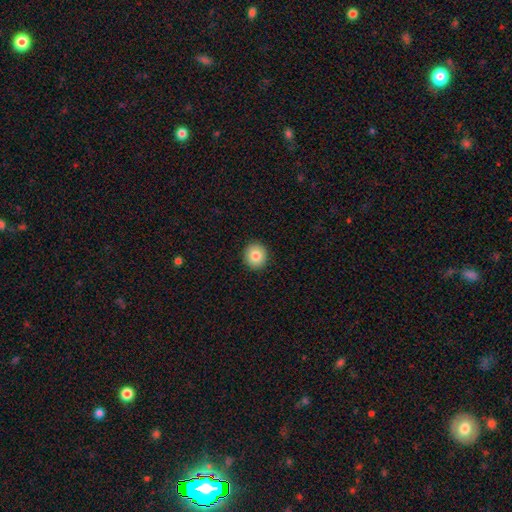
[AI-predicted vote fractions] A smooth galaxy with no disk features (83%) that is round (89%).

Vote fractions:
- Smooth or featured? smooth: 83% / star or artifact: 9% / featured or disk: 8%
- How rounded? round: 89% / in between: 10% / cigar-shaped: 1%
- Merging? none: 93% / minor disturbance: 5% / major disturbance: 2% / merger: 1%